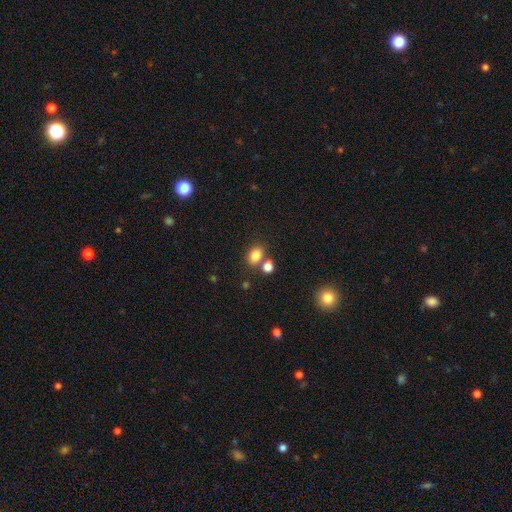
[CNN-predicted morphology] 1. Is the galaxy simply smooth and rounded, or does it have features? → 82% smooth, 11% star or artifact, 6% featured or disk.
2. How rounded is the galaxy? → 68% in between, 31% round, 1% cigar-shaped.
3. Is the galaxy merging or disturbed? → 60% none, 24% merger, 11% minor disturbance, 4% major disturbance.